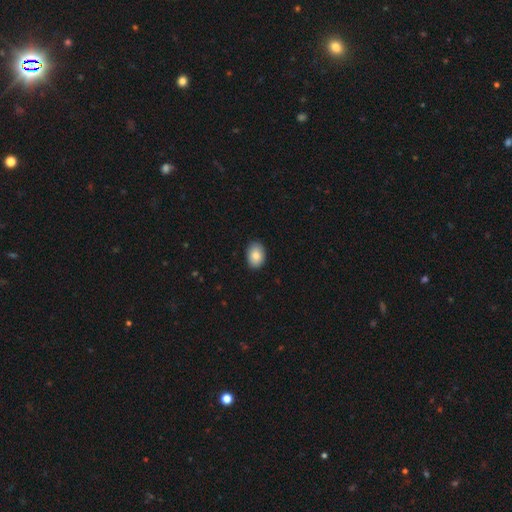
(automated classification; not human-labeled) Smooth or featured?
  - smooth: 84% *
  - featured or disk: 9%
  - star or artifact: 7%
How rounded?
  - in between: 80% *
  - round: 19%
  - cigar-shaped: 1%
Merging?
  - none: 89% *
  - minor disturbance: 8%
  - major disturbance: 2%
  - merger: 1%